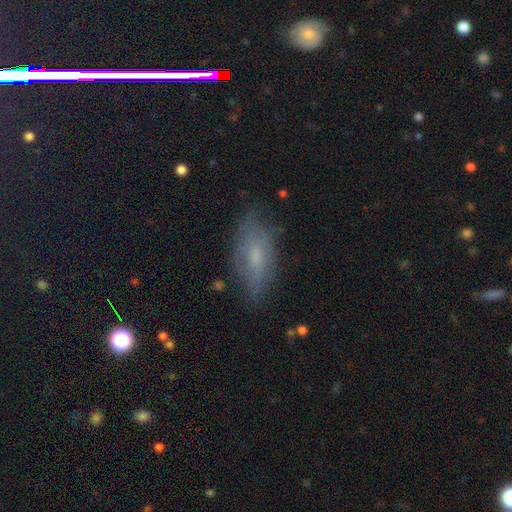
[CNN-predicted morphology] Smooth or featured? Predicted: smooth (p=0.54). How rounded? Predicted: in between (p=0.79). Merging? Predicted: none (p=0.69).